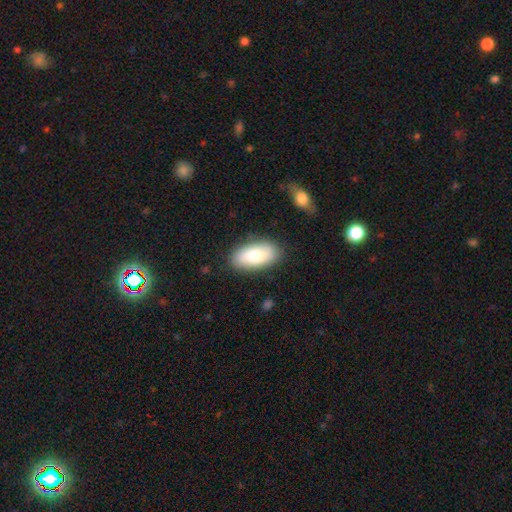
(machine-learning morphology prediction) Q: Smooth or featured?
A: smooth (80%); runner-up: featured or disk (14%)
Q: How rounded?
A: in between (93%); runner-up: cigar-shaped (4%)
Q: Merging?
A: none (84%); runner-up: minor disturbance (11%)